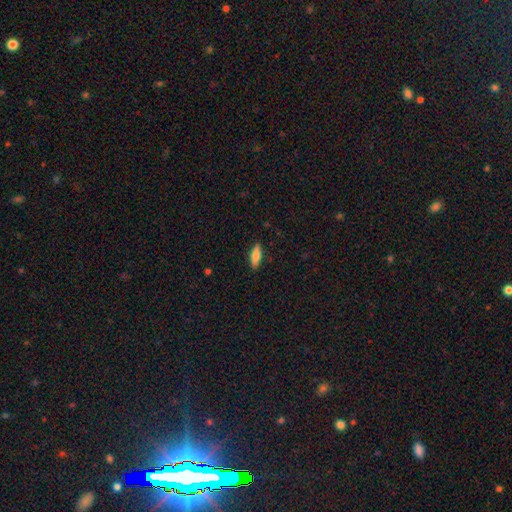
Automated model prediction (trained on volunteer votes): smooth_or_featured: smooth (p=0.71) [alt: featured or disk p=0.22]
how_rounded: in between (p=0.55) [alt: cigar-shaped p=0.42]
merging: none (p=0.87) [alt: minor disturbance p=0.09]